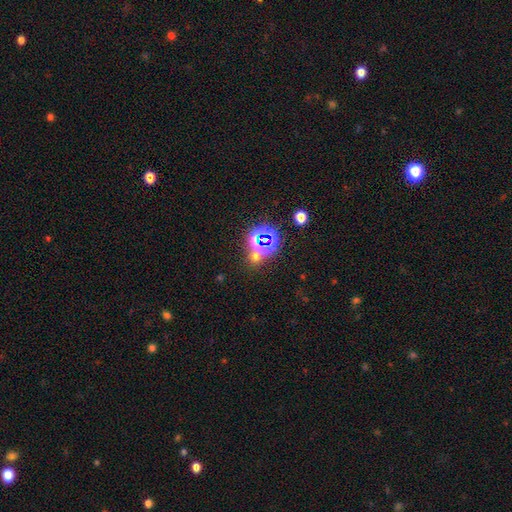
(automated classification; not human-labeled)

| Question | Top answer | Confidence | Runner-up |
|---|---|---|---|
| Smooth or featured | star or artifact | 55% | smooth (38%) |